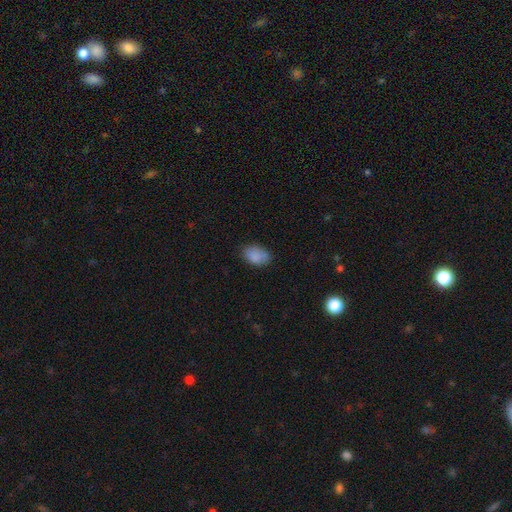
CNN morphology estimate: Smooth or featured: smooth — 85% (star or artifact — 8%)
How rounded: in between — 86% (round — 12%)
Merging: none — 74% (minor disturbance — 20%)